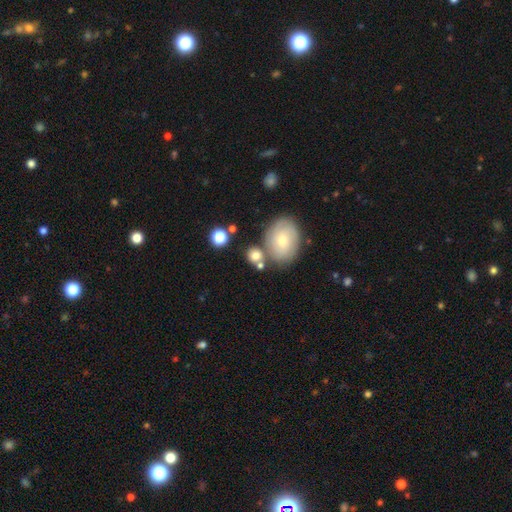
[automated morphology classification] This appears to be a smooth galaxy with no disk features (69%) that is round (63%). Merging: none (60%).